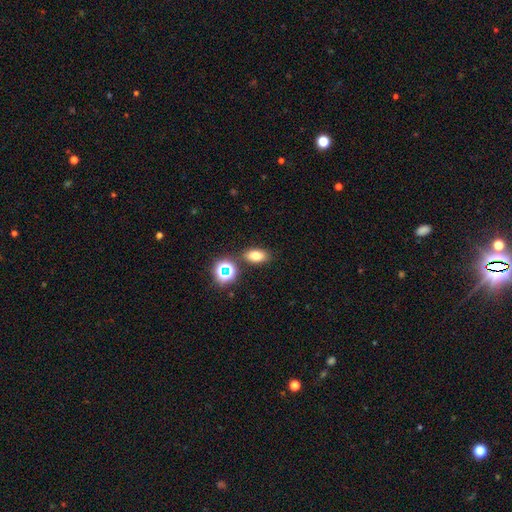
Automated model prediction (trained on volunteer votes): Q: Smooth or featured?
A: smooth (74%); runner-up: star or artifact (17%)
Q: How rounded?
A: in between (82%); runner-up: round (14%)
Q: Merging?
A: none (81%); runner-up: minor disturbance (10%)